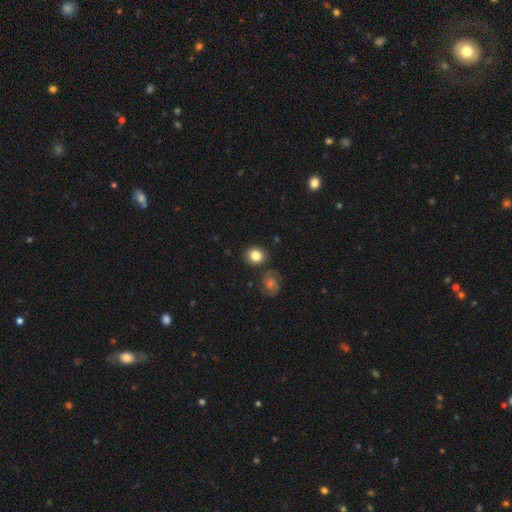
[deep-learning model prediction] smooth_or_featured: smooth (p=0.80) [alt: featured or disk p=0.11]
how_rounded: round (p=0.83) [alt: in between p=0.16]
merging: none (p=0.83) [alt: minor disturbance p=0.10]